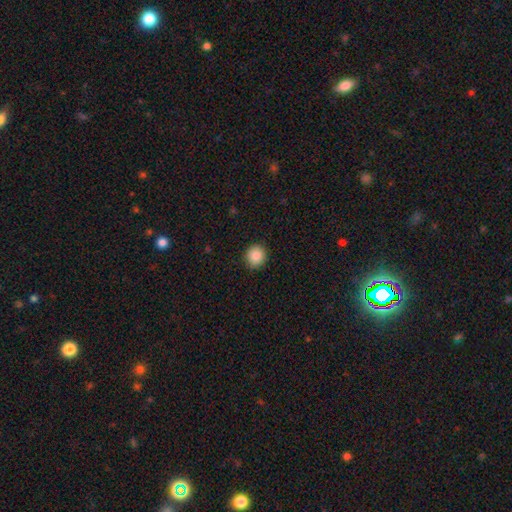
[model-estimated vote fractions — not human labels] A smooth galaxy with no disk features (88%) that is round (89%).

Vote fractions:
- Smooth or featured? smooth: 88% / star or artifact: 9% / featured or disk: 3%
- How rounded? round: 89% / in between: 11% / cigar-shaped: 1%
- Merging? none: 90% / minor disturbance: 7% / major disturbance: 2% / merger: 1%